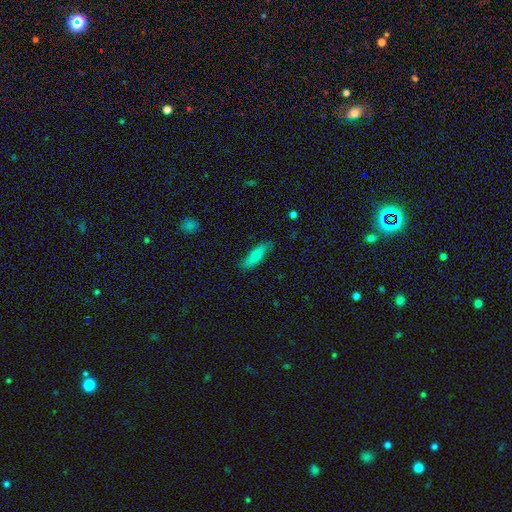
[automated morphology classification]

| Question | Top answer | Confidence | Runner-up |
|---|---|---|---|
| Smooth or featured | smooth | 83% | featured or disk (9%) |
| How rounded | cigar-shaped | 57% | in between (41%) |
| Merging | none | 78% | minor disturbance (17%) |